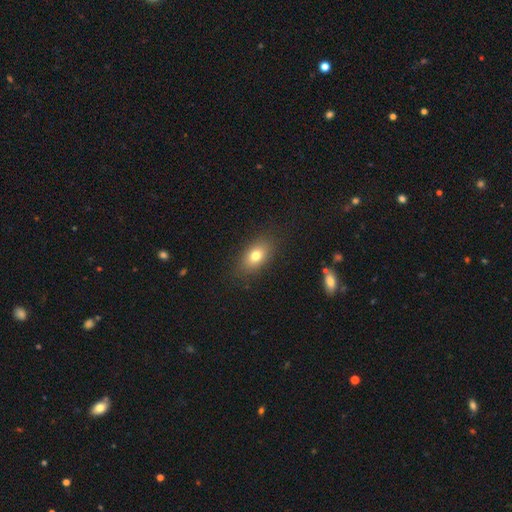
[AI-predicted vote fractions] smooth 76%, featured or disk 14%, star or artifact 10%. Down the decision tree: how rounded — in between (82%); merging — none (85%).